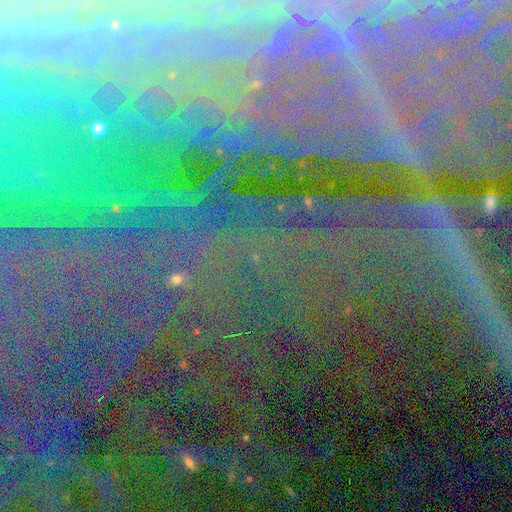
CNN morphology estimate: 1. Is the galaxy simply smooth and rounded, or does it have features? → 82% star or artifact, 10% featured or disk, 8% smooth.